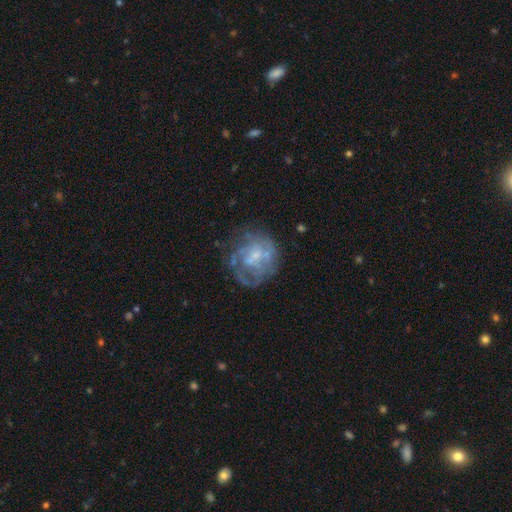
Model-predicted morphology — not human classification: Smooth or featured?
  - featured or disk: 67% *
  - smooth: 23%
  - star or artifact: 10%
Edge-on disk?
  - no: 98% *
  - yes: 2%
Bar?
  - no: 73% *
  - weak: 23%
  - strong: 4%
Spiral arms?
  - no: 59% *
  - yes: 41%
Bulge size?
  - small: 46% *
  - moderate: 27%
  - none: 23%
  - large: 3%
  - dominant: 1%
Merging?
  - none: 54% *
  - major disturbance: 22%
  - minor disturbance: 20%
  - merger: 4%